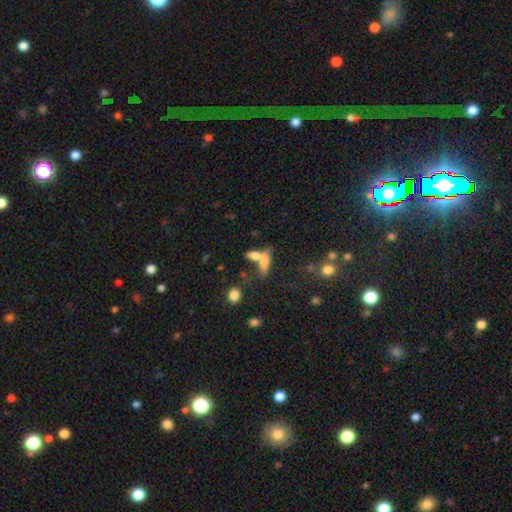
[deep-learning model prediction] smooth_or_featured: smooth (p=0.68) [alt: featured or disk p=0.21]
how_rounded: in between (p=0.53) [alt: cigar-shaped p=0.40]
merging: merger (p=0.47) [alt: none p=0.37]